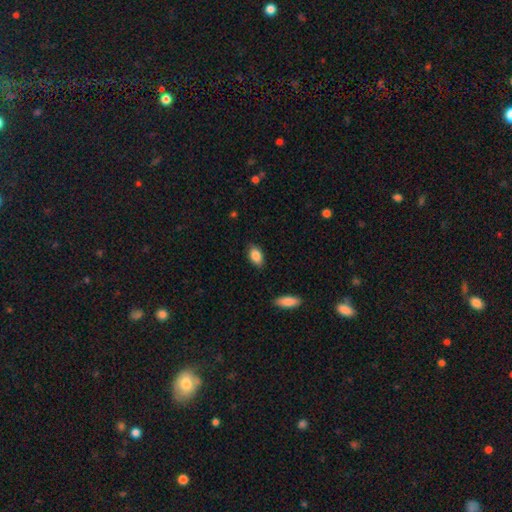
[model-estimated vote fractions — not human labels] smooth-or-featured: smooth: 87% | star or artifact: 7% | featured or disk: 6%
  how-rounded: in between: 90% | round: 7% | cigar-shaped: 3%
  merging: none: 84% | minor disturbance: 13% | major disturbance: 2% | merger: 1%